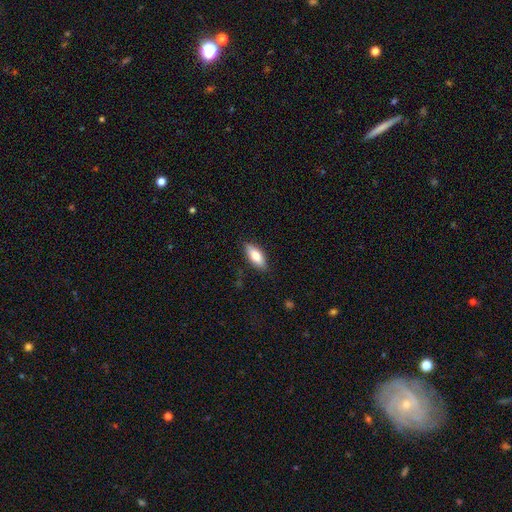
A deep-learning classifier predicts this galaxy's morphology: A smooth galaxy with no disk features (80%) that is in between round and cigar-shaped (80%). Merging: none (86%).